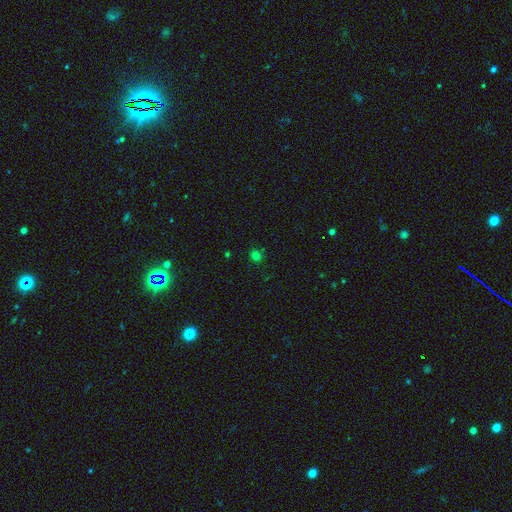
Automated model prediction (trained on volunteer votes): Morphology: type=smooth (74%); roundness=round (79%); merging=none (85%).